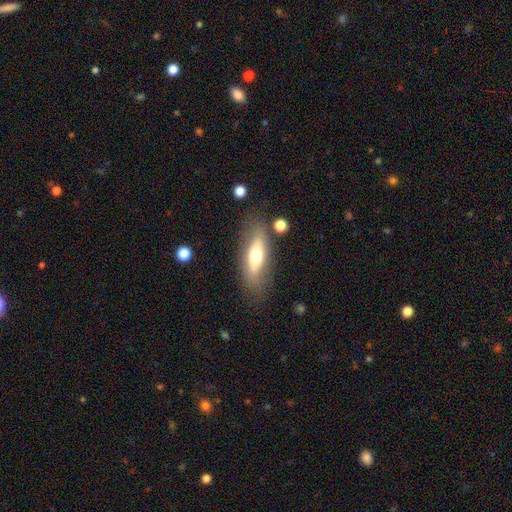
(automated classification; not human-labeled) smooth 56%, featured or disk 37%, star or artifact 7%. Down the decision tree: how rounded — in between (55%); merging — none (75%).